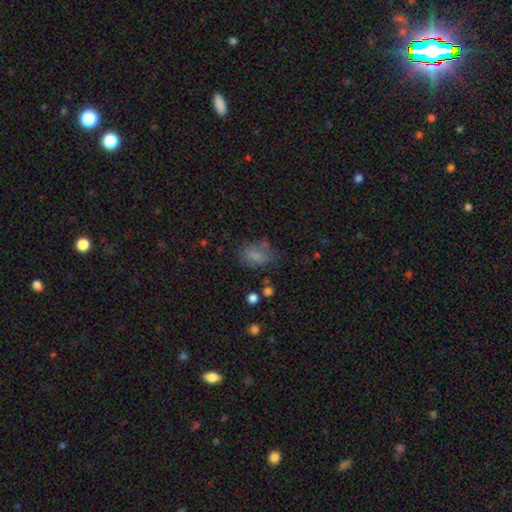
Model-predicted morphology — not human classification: smooth-or-featured: smooth: 77% | star or artifact: 12% | featured or disk: 11%
  how-rounded: in between: 82% | round: 16% | cigar-shaped: 2%
  merging: none: 56% | minor disturbance: 24% | major disturbance: 12% | merger: 8%